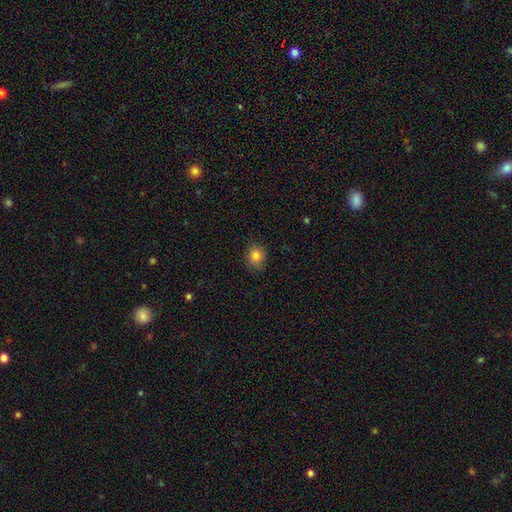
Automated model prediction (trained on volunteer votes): smooth_or_featured: smooth (p=0.82) [alt: star or artifact p=0.11]
how_rounded: round (p=0.70) [alt: in between p=0.29]
merging: none (p=0.83) [alt: minor disturbance p=0.14]